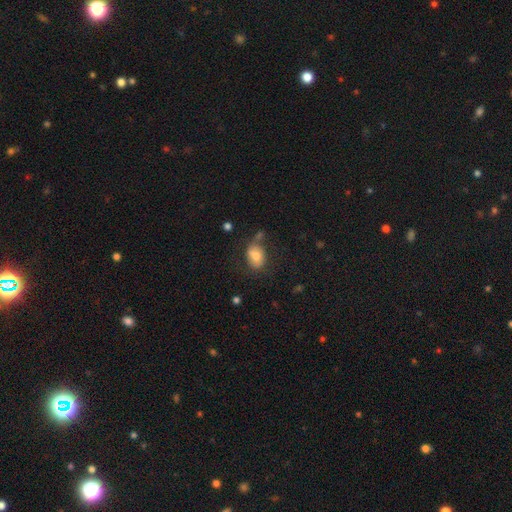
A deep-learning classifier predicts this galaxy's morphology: smooth 73%, featured or disk 18%, star or artifact 9%. Down the decision tree: how rounded — in between (73%); merging — none (64%).